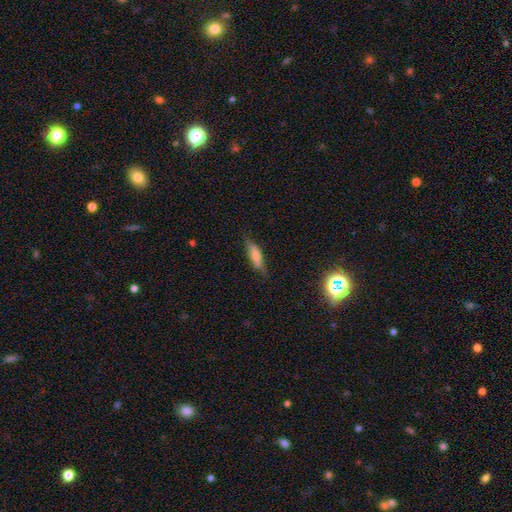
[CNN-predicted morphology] A smooth galaxy with no disk features (69%) that is cigar-shaped (59%). Merging: none (70%).